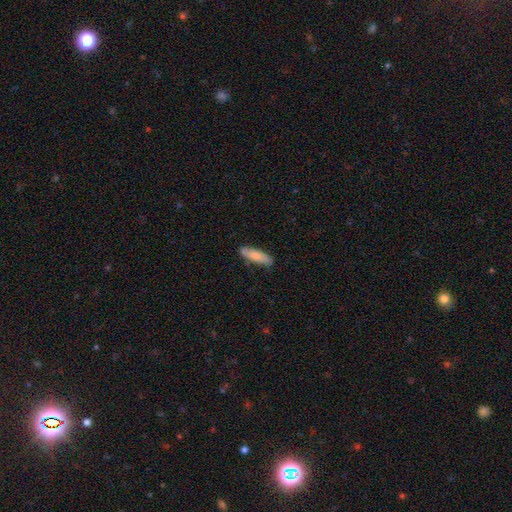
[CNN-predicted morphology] Overall: smooth (77%). How rounded: cigar-shaped (57%; in between 42%). Merging: none (81%).